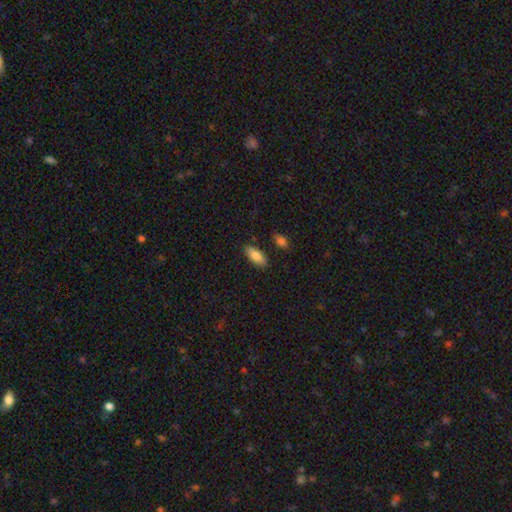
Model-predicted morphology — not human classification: Smooth or featured? Predicted: smooth (p=0.82). How rounded? Predicted: in between (p=0.80). Merging? Predicted: none (p=0.85).